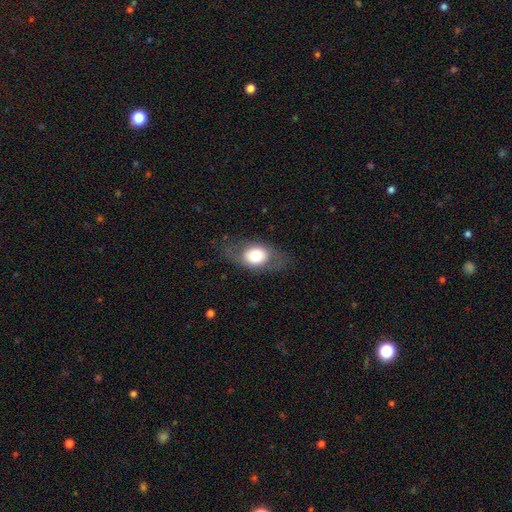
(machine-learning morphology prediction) A smooth galaxy with no disk features (61%) that is in between round and cigar-shaped (67%). Merging: none (73%).